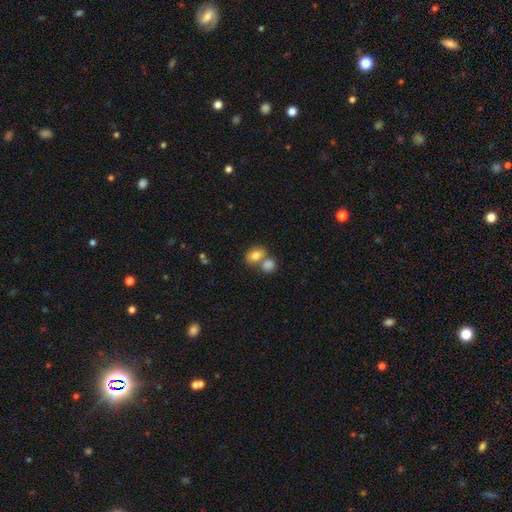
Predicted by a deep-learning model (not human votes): A smooth galaxy with no disk features (80%) that is in between round and cigar-shaped (74%).

Vote fractions:
- Smooth or featured? smooth: 80% / featured or disk: 11% / star or artifact: 9%
- How rounded? in between: 74% / round: 25% / cigar-shaped: 2%
- Merging? merger: 47% / none: 40% / minor disturbance: 9% / major disturbance: 4%